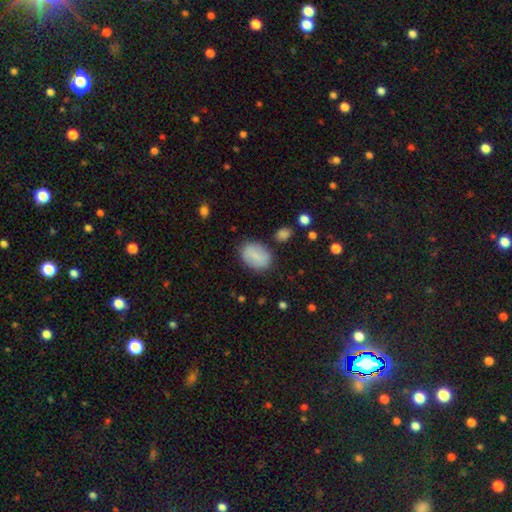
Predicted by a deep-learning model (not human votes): A smooth galaxy with no disk features (79%) that is in between round and cigar-shaped (77%). Merging: none (81%).